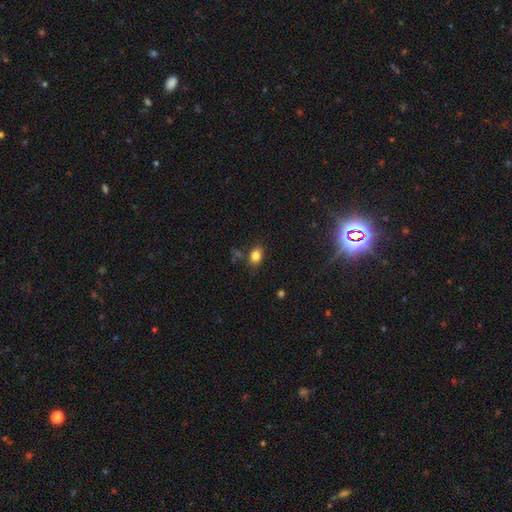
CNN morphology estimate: type=smooth (82%); roundness=in between (69%); merging=none (78%).